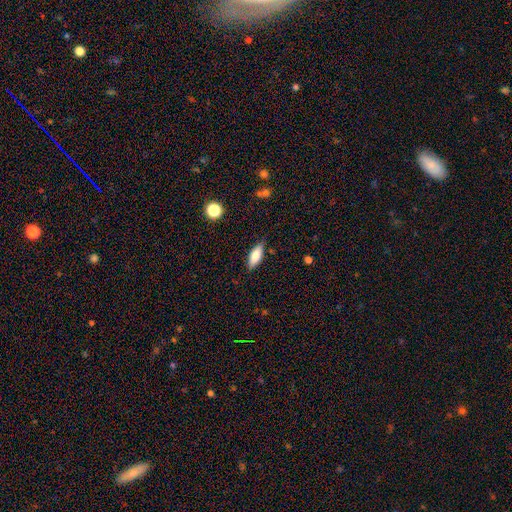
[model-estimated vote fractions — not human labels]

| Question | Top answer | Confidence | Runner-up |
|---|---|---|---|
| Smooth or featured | smooth | 75% | featured or disk (18%) |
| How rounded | in between | 72% | cigar-shaped (26%) |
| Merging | none | 84% | minor disturbance (12%) |